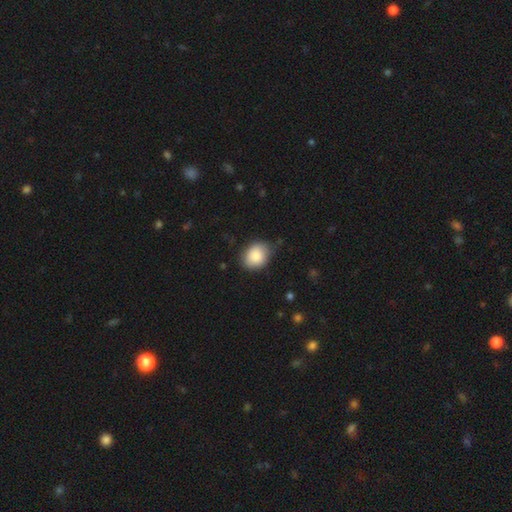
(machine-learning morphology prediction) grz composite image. It shows a smooth galaxy with no disk features (85%) that is in between round and cigar-shaped (50%). Merging: none (74%).